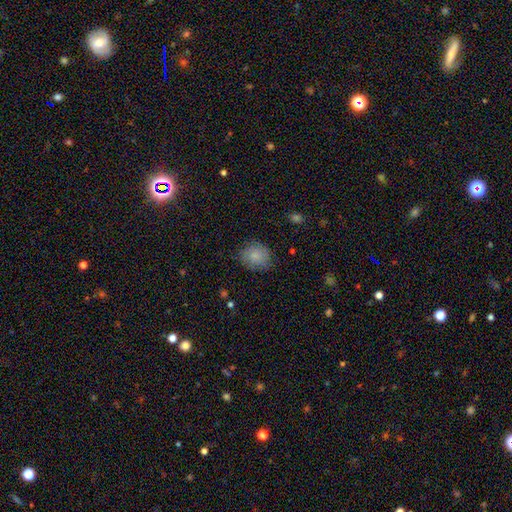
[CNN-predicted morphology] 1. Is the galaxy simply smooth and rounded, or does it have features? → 81% smooth, 11% featured or disk, 8% star or artifact.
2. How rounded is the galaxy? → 72% round, 27% in between, 1% cigar-shaped.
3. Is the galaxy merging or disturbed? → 77% none, 18% minor disturbance, 5% major disturbance, 1% merger.